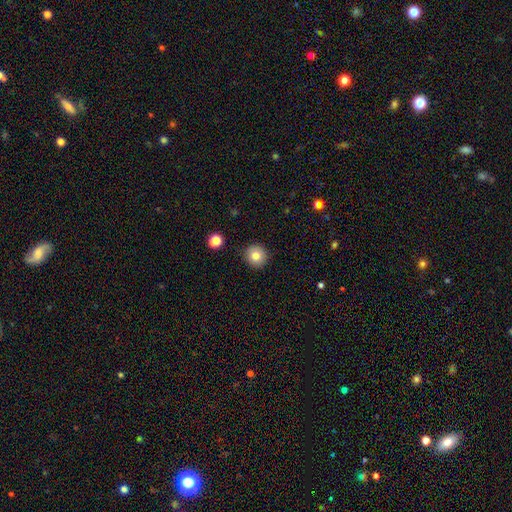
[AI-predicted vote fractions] This appears to be a smooth galaxy with no disk features (82%) that is round (93%). Merging: none (90%).